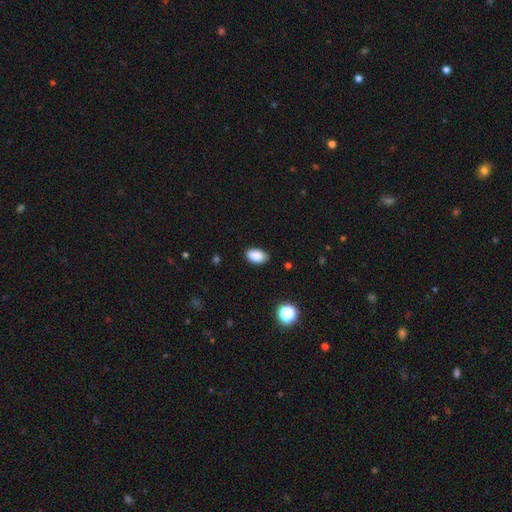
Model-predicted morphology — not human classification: Smooth or featured? smooth (88%)
How rounded? in between (91%)
Merging? none (85%)